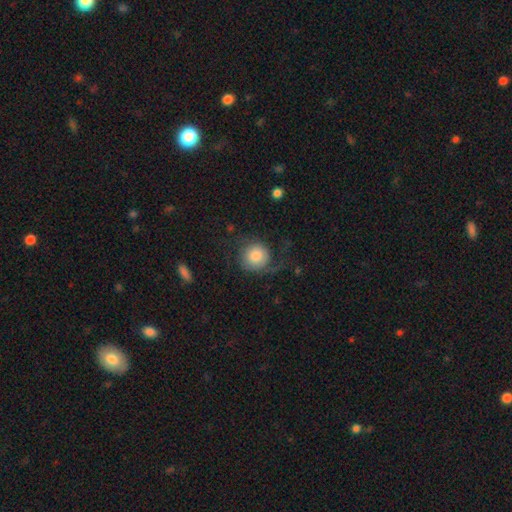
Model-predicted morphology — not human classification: The model was most divided on "merging": none: 56%, major disturbance: 24%, minor disturbance: 18%, merger: 2%. More confident: how rounded — round (89%); smooth or featured — smooth (65%).